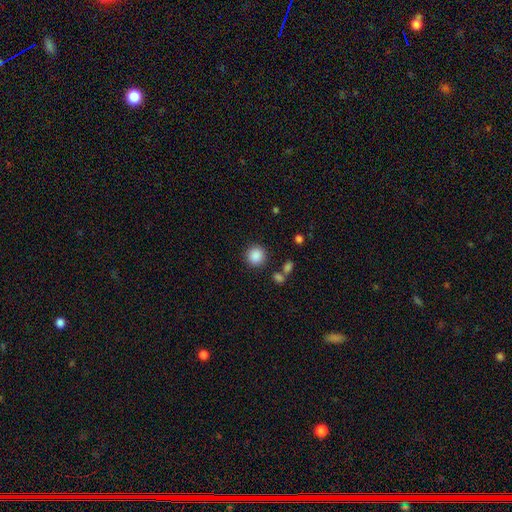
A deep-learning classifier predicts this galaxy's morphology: Smooth or featured? smooth (88%)
How rounded? round (93%)
Merging? none (86%)